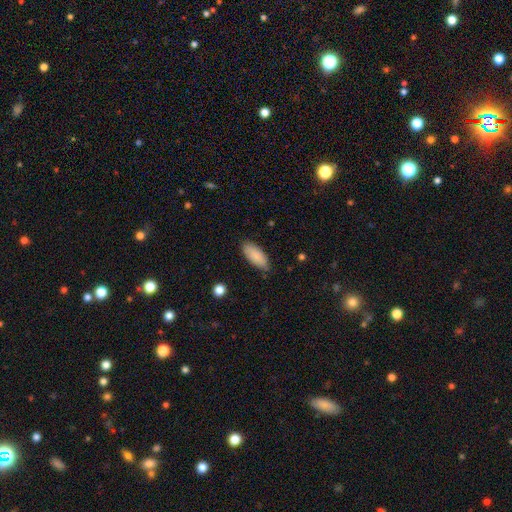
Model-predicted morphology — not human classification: A smooth galaxy with no disk features (87%) that is in between round and cigar-shaped (86%).

Vote fractions:
- Smooth or featured? smooth: 87% / featured or disk: 7% / star or artifact: 6%
- How rounded? in between: 86% / cigar-shaped: 12% / round: 2%
- Merging? none: 82% / minor disturbance: 15% / major disturbance: 2% / merger: 1%